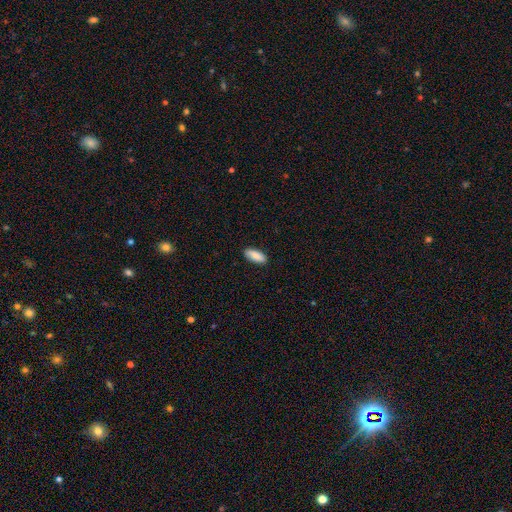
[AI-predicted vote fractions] Q: Smooth or featured?
A: smooth (86%); runner-up: featured or disk (8%)
Q: How rounded?
A: in between (82%); runner-up: cigar-shaped (16%)
Q: Merging?
A: none (89%); runner-up: minor disturbance (8%)